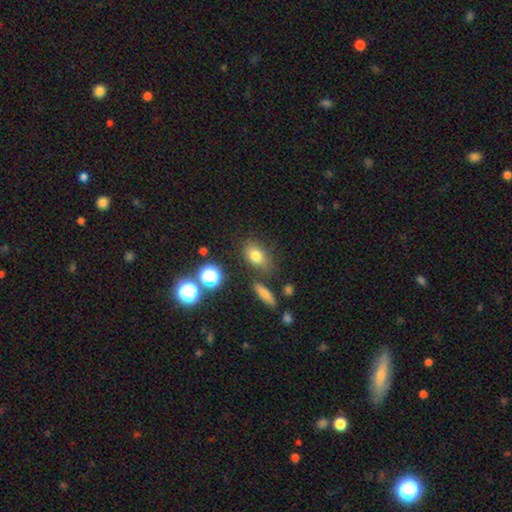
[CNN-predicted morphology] smooth_or_featured: smooth (p=0.75) [alt: star or artifact p=0.15]
how_rounded: in between (p=0.74) [alt: round p=0.23]
merging: none (p=0.74) [alt: minor disturbance p=0.14]